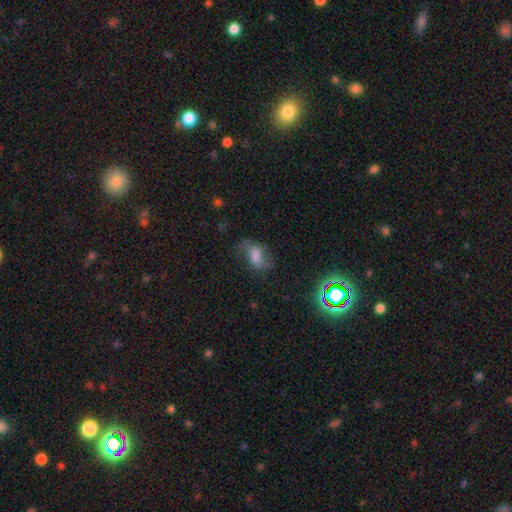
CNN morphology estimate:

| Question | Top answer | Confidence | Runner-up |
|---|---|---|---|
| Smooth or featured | smooth | 44% | featured or disk (39%) |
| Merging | none | 53% | minor disturbance (24%) |